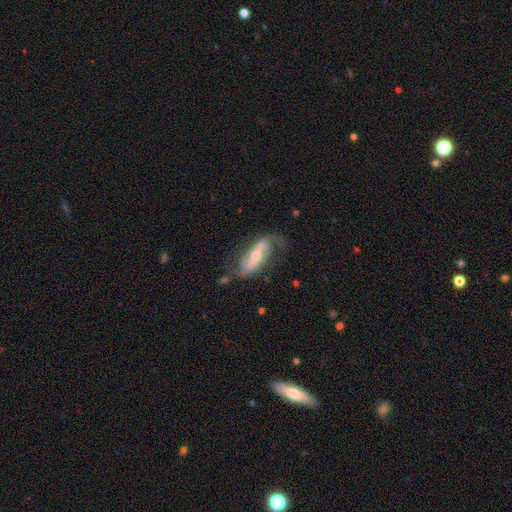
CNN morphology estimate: A featured or disk galaxy (84%) with a strong bar (50%), 2 (87%) loose (60%) spiral arms (94%) and a small central bulge (52%). Merging: none (59%).